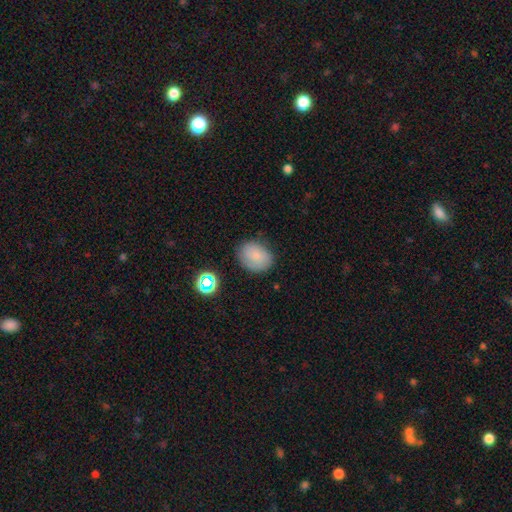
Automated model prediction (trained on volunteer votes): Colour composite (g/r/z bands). It shows a smooth galaxy with no disk features (72%) that is in between round and cigar-shaped (59%). Merging: none (74%).